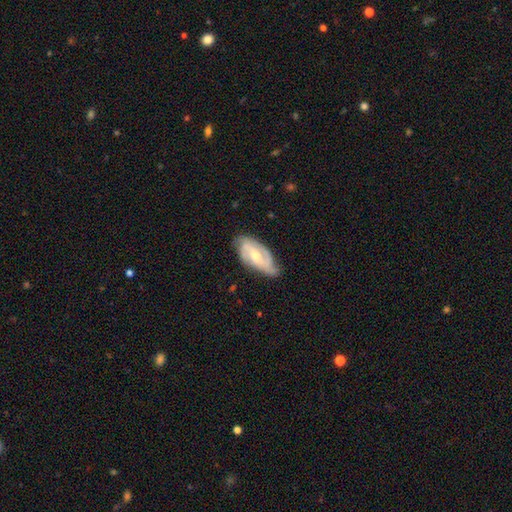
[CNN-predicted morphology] A featured or disk galaxy (76%) with a weak bar (44%), 2 (54%) medium (43%) spiral arms (92%) and a moderate central bulge (50%).

Vote fractions:
- Smooth or featured? featured or disk: 76% / smooth: 19% / star or artifact: 5%
- Edge-on disk? no: 94% / yes: 6%
- Bar? weak: 44% / no: 35% / strong: 21%
- Spiral arms? yes: 92% / no: 8%
- Spiral winding? medium: 43% / tight: 39% / loose: 18%
- Spiral arm count? 2: 54% / 3: 21% / can't tell: 17% / 1: 4% / 4: 3% / more than 4: 2%
- Bulge size? moderate: 50% / small: 46% / large: 2% / none: 1% / dominant: 1%
- Merging? none: 63% / minor disturbance: 28% / major disturbance: 7% / merger: 2%